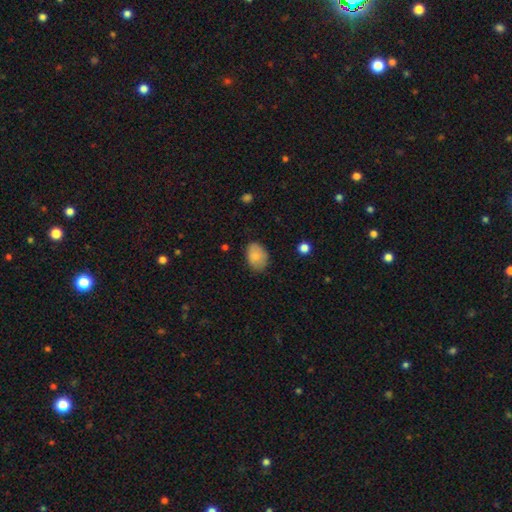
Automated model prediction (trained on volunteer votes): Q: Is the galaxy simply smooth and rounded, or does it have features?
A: smooth — 83%.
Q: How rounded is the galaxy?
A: in between — 81%.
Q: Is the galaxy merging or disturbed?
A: none — 74%.